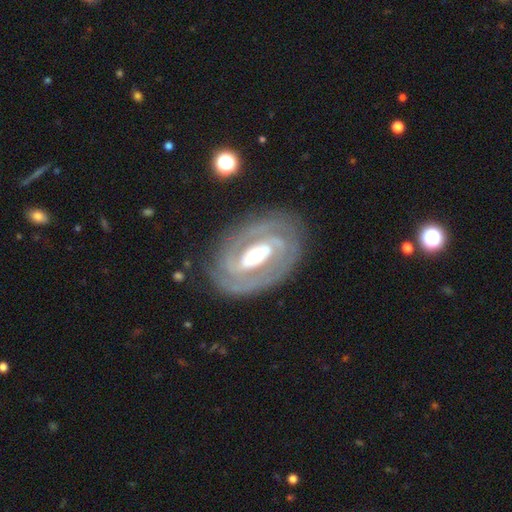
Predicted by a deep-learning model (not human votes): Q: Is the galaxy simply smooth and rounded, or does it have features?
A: featured or disk — 88%.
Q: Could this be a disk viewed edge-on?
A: no — 96%.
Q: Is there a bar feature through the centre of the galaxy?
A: strong — 37%.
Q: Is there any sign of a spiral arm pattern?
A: yes — 91%.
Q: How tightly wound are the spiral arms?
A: tight — 69%.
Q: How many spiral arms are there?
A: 2 — 60%.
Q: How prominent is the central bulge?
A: moderate — 60%.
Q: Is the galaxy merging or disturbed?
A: none — 80%.